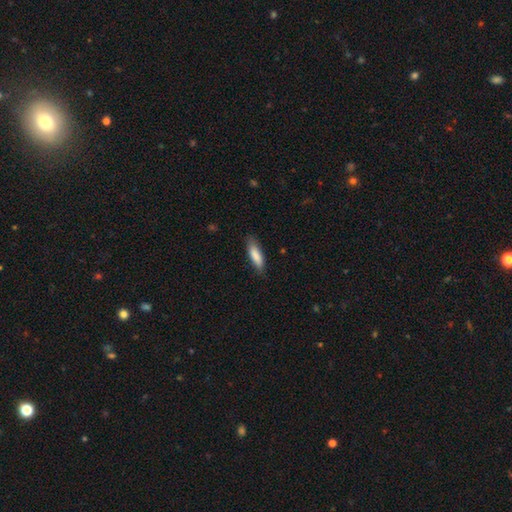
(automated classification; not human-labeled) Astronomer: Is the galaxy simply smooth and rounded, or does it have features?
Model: smooth — 85%.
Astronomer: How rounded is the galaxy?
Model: cigar-shaped — 54% (runner-up: in between, 45%).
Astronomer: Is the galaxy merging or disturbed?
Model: none — 78%.